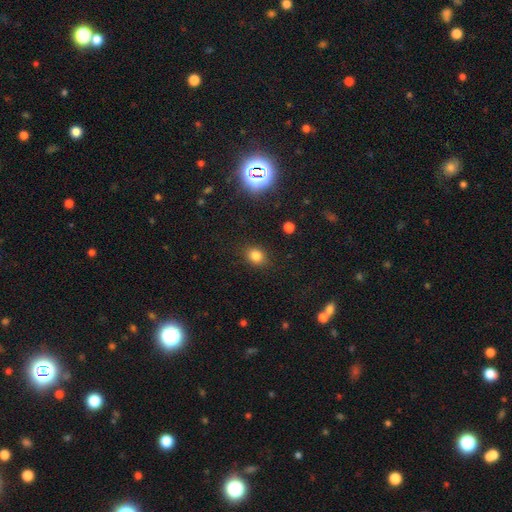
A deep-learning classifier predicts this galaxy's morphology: Overall: smooth (81%). How rounded: round (57%; in between 42%). Merging: none (86%).